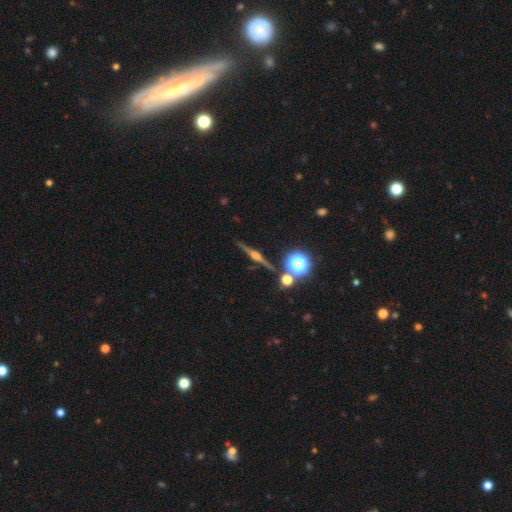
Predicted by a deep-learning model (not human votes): This appears to be a featured or disk galaxy (79%) viewed edge-on (97%) with a rounded central bulge (89%). Merging: none (88%).